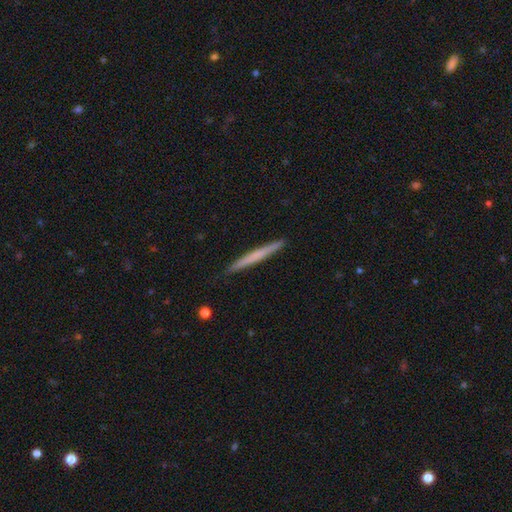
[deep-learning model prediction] Smooth or featured: smooth — 54% (featured or disk — 41%)
How rounded: cigar-shaped — 97% (in between — 2%)
Merging: none — 91% (minor disturbance — 6%)